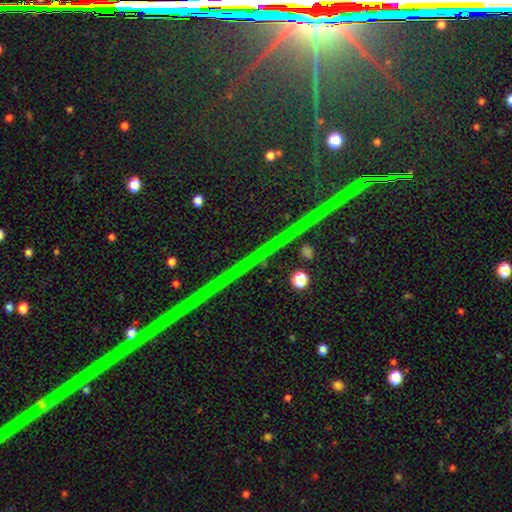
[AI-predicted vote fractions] Smooth or featured: star or artifact — 87% (featured or disk — 8%)